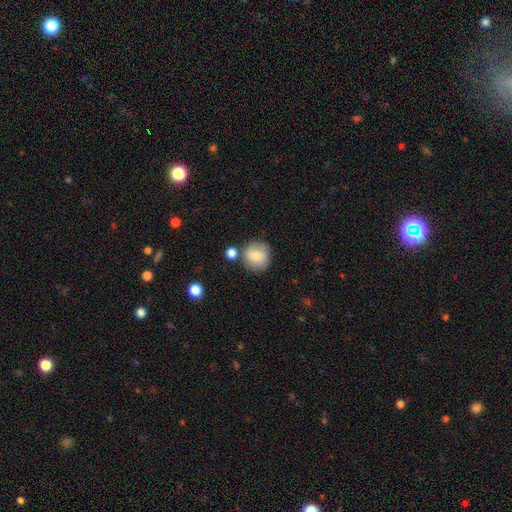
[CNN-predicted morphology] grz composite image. It shows a smooth galaxy with no disk features (74%) that is round (90%). Merging: none (70%).